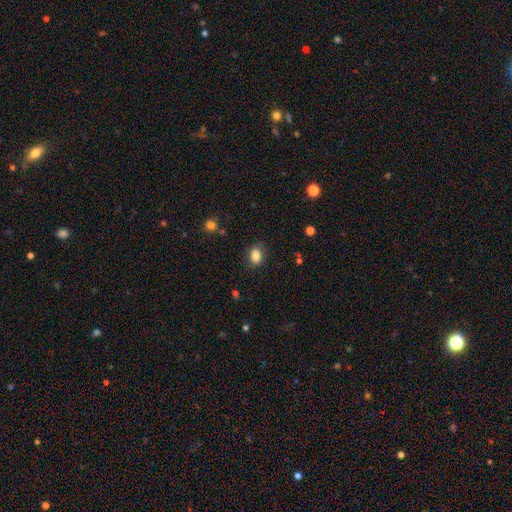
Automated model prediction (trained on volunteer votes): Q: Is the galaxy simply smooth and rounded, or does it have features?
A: smooth — 84%.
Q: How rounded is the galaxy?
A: in between — 74%.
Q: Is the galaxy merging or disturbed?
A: none — 83%.